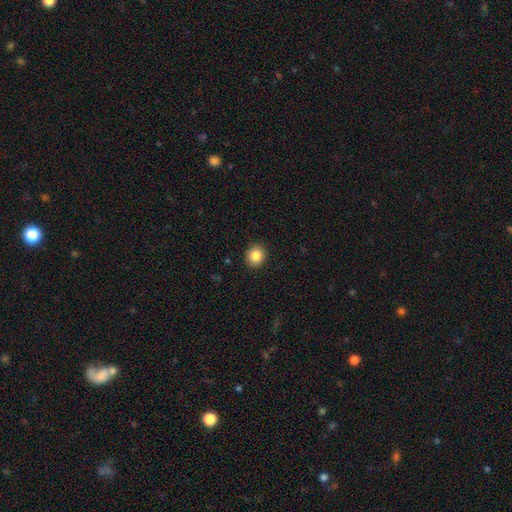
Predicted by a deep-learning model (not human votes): Smooth or featured: smooth — 86% (star or artifact — 9%)
How rounded: round — 79% (in between — 20%)
Merging: none — 92% (minor disturbance — 6%)